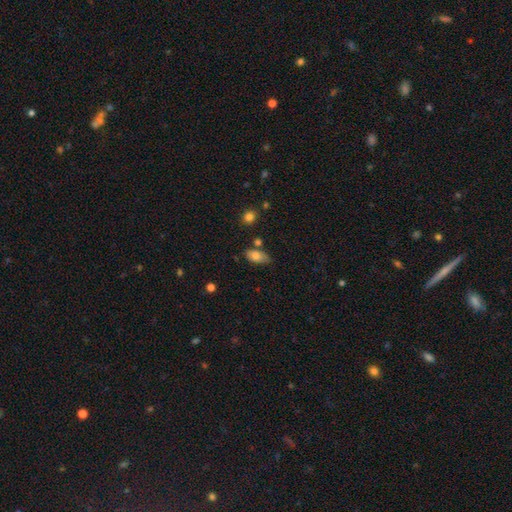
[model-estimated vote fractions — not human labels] Overall: smooth (77%). How rounded: in between (89%). Merging: none (63%; minor disturbance 24%).